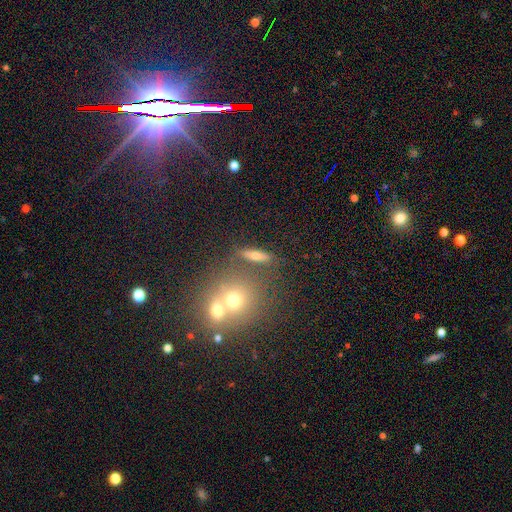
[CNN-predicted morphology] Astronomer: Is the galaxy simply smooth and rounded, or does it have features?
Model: smooth — 58%.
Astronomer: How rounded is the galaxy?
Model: cigar-shaped — 50% (runner-up: in between, 32%).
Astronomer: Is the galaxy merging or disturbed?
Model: none — 70%.